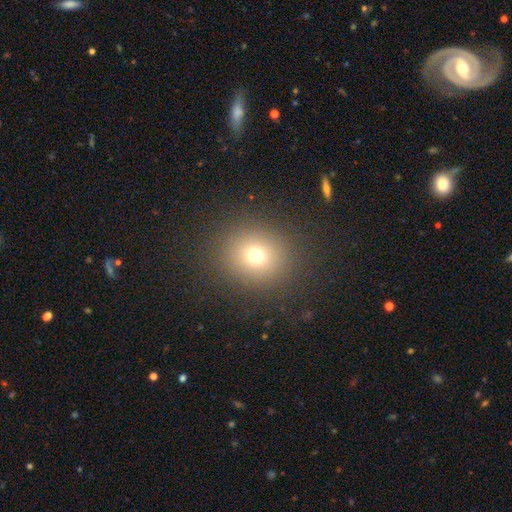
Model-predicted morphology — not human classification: Smooth or featured: smooth — 71% (star or artifact — 18%)
How rounded: round — 85% (in between — 14%)
Merging: none — 88% (minor disturbance — 7%)